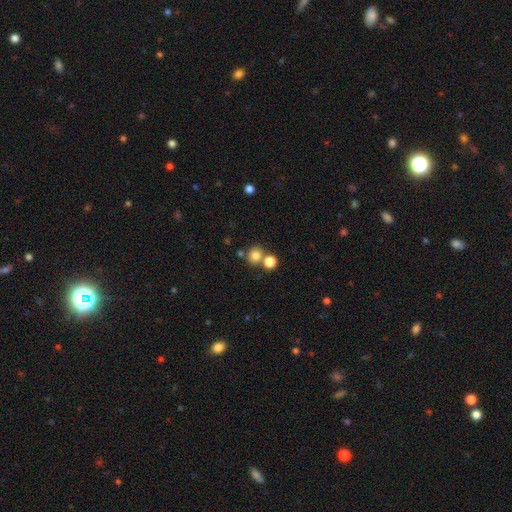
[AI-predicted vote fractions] Smooth or featured? Predicted: smooth (p=0.78). How rounded? Predicted: round (p=0.89). Merging? Predicted: none (p=0.63).